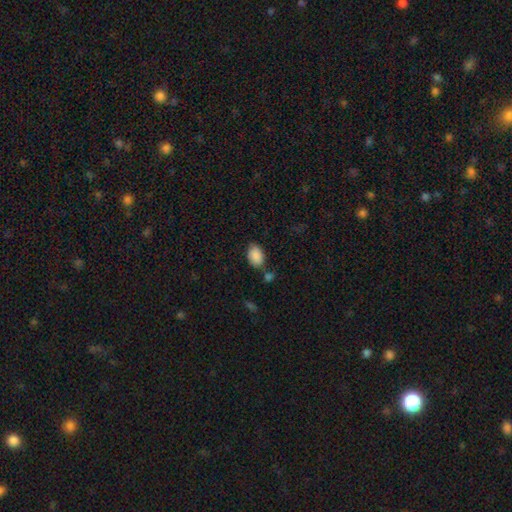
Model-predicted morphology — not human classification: This appears to be a smooth galaxy with no disk features (89%) that is in between round and cigar-shaped (86%). Merging: none (70%).